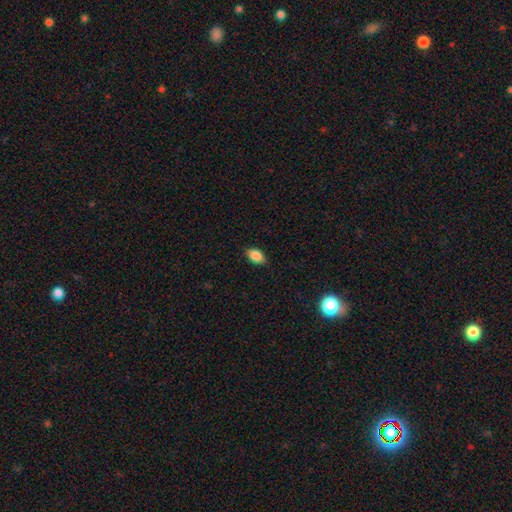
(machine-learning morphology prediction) Smooth or featured? Predicted: smooth (p=0.86). How rounded? Predicted: in between (p=0.86). Merging? Predicted: none (p=0.82).